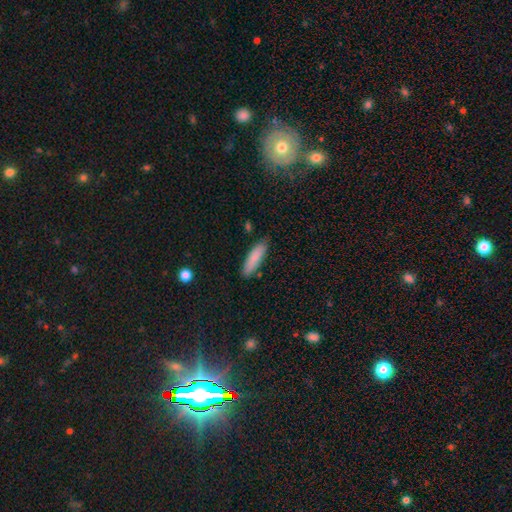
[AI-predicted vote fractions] Smooth or featured?
  - smooth: 84% *
  - featured or disk: 10%
  - star or artifact: 6%
How rounded?
  - cigar-shaped: 62% *
  - in between: 37%
  - round: 1%
Merging?
  - none: 82% *
  - minor disturbance: 13%
  - major disturbance: 2%
  - merger: 2%